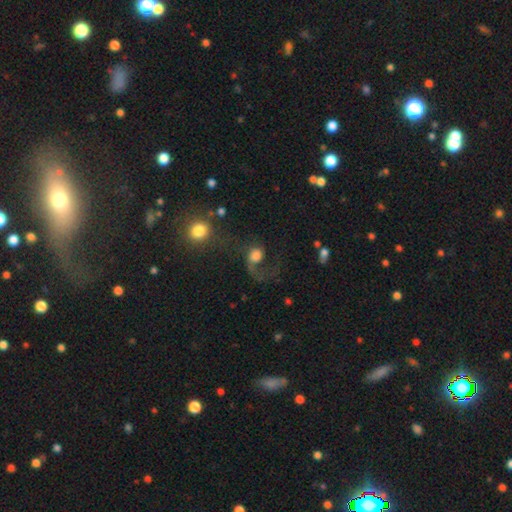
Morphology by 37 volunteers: smooth_or_featured: smooth (p=0.54) [alt: featured or disk p=0.38]
how_rounded: round (p=0.75) [alt: in between p=0.20]
merging: major disturbance (p=0.50) [alt: none p=0.24]